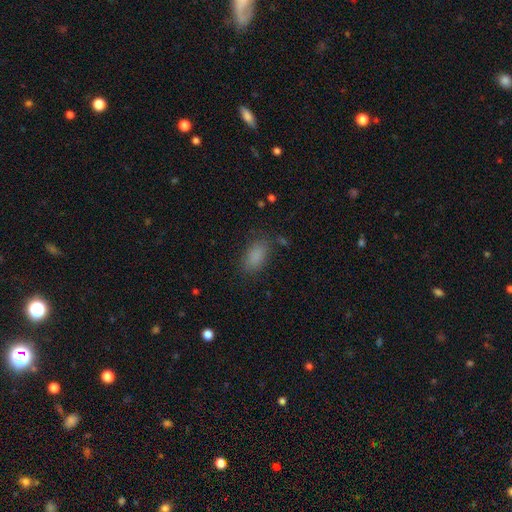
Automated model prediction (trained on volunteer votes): Smooth or featured: smooth — 85% (star or artifact — 10%)
How rounded: in between — 90% (round — 6%)
Merging: none — 80% (minor disturbance — 14%)